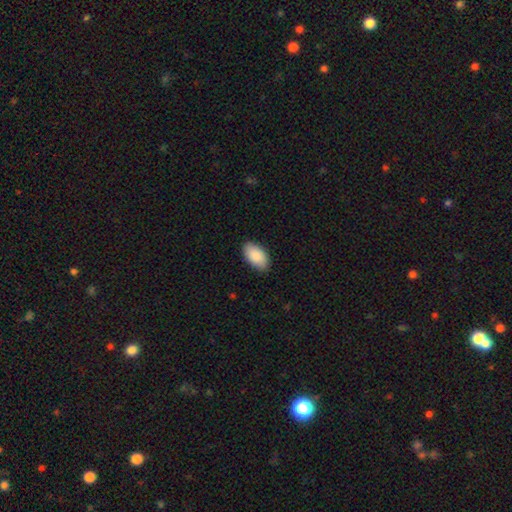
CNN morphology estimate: This appears to be a smooth galaxy with no disk features (90%) that is in between round and cigar-shaped (96%). Merging: none (87%).